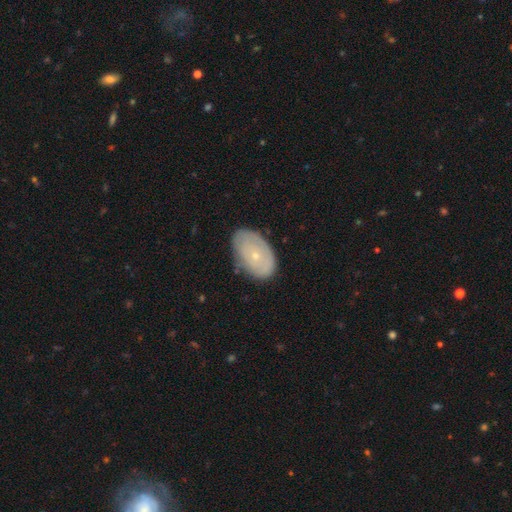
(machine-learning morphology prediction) Smooth or featured? smooth (49%)
Merging? none (75%)